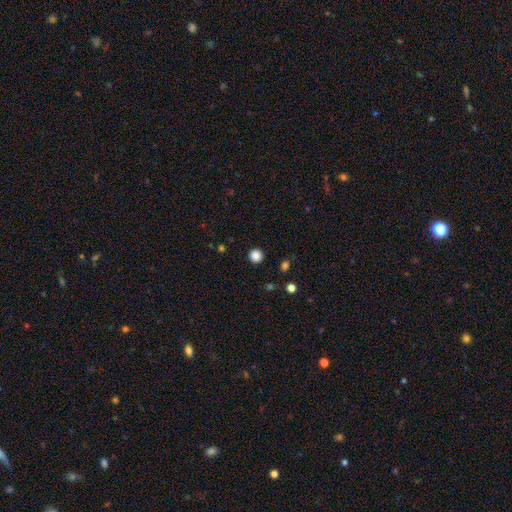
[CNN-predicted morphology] Q: Smooth or featured?
A: smooth (86%); runner-up: star or artifact (11%)
Q: How rounded?
A: round (95%); runner-up: in between (4%)
Q: Merging?
A: none (92%); runner-up: minor disturbance (5%)